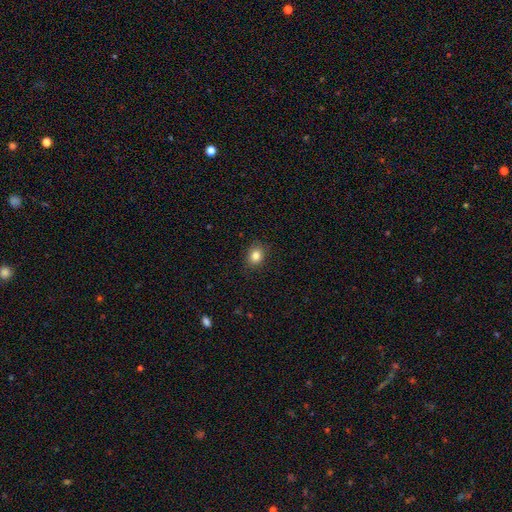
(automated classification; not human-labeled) A smooth galaxy with no disk features (84%) that is round (56%). Merging: none (87%).